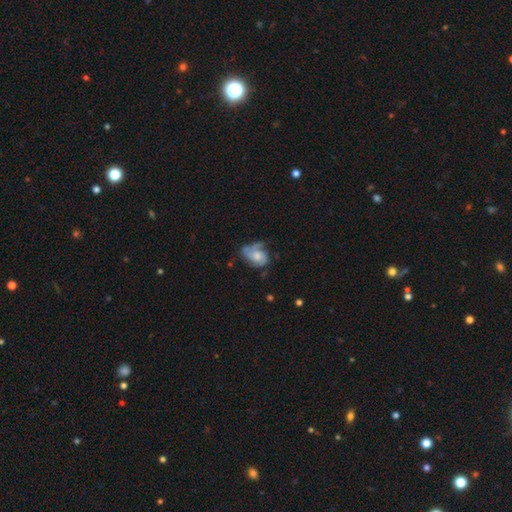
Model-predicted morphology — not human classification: featured or disk 65%, smooth 28%, star or artifact 7%. Down the decision tree: edge-on disk — no (97%); bar — no (73%); spiral arms — yes (87%); spiral arm count — 2 (45%); spiral winding — medium (43%); bulge size — moderate (48%); merging — none (45%).